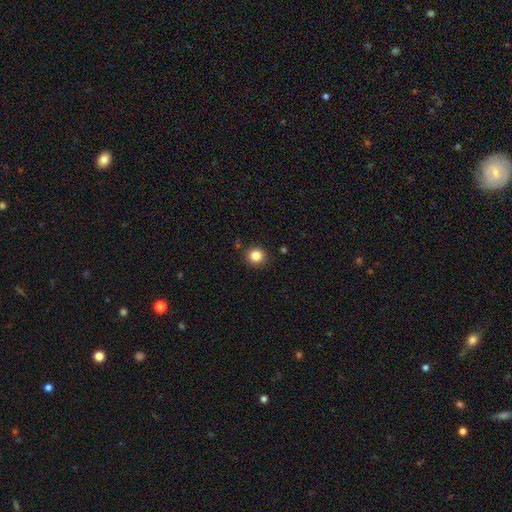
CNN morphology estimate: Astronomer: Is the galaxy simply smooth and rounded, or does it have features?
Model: smooth — 85%.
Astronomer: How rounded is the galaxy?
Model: round — 91%.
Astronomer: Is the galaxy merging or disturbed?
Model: none — 90%.